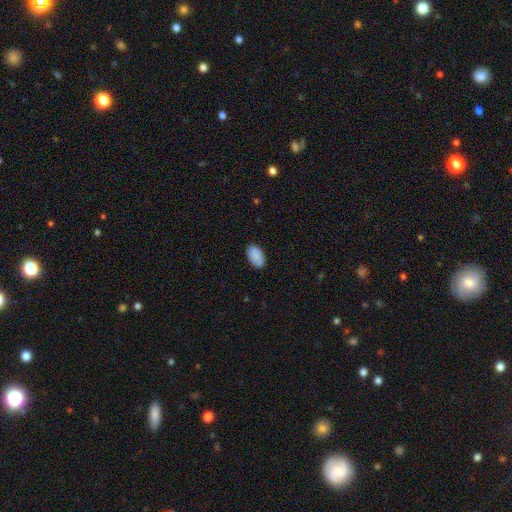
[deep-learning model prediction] A smooth galaxy with no disk features (88%) that is in between round and cigar-shaped (95%).

Vote fractions:
- Smooth or featured? smooth: 88% / star or artifact: 6% / featured or disk: 5%
- How rounded? in between: 95% / round: 4% / cigar-shaped: 1%
- Merging? none: 87% / minor disturbance: 10% / major disturbance: 2% / merger: 1%